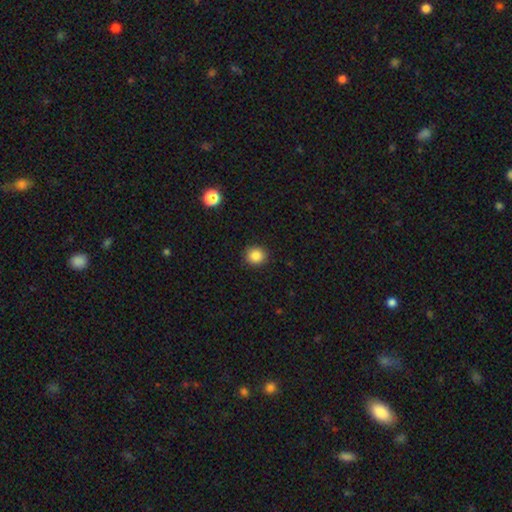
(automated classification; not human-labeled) The model was most divided on "smooth or featured": smooth: 86%, star or artifact: 10%, featured or disk: 4%. More confident: merging — none (91%); how rounded — round (89%).